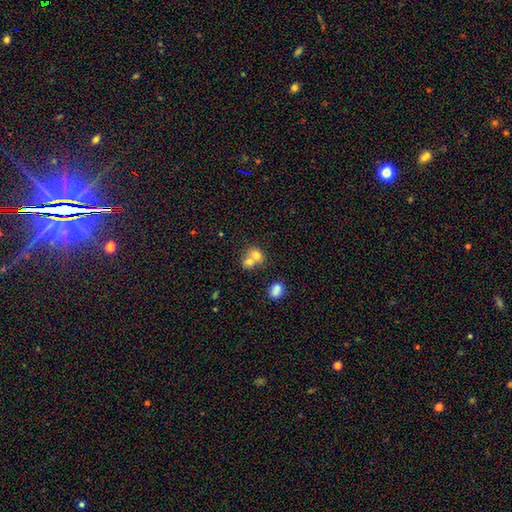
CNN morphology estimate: Overall: smooth (71%). How rounded: round (60%; in between 39%). Merging: merger (65%).